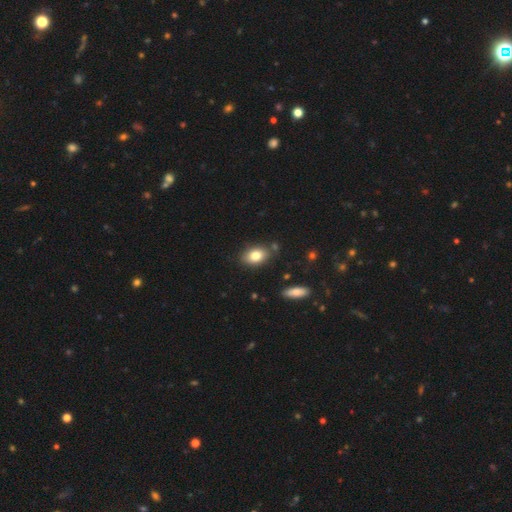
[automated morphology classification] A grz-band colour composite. It shows a smooth galaxy with no disk features (81%) that is in between round and cigar-shaped (84%). Merging: none (81%).